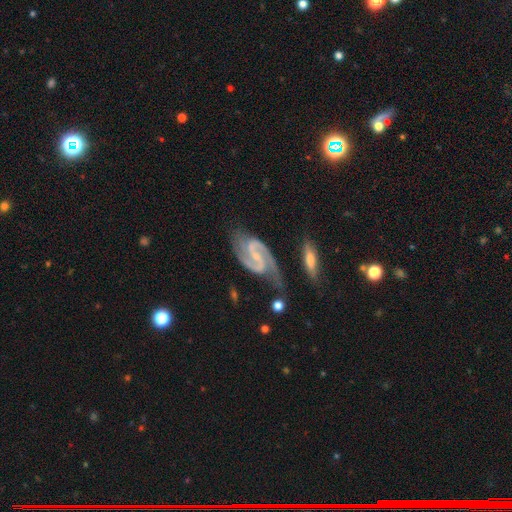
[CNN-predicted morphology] smooth_or_featured: featured or disk (p=0.93) [alt: star or artifact p=0.04]
disk_edge_on: no (p=0.98) [alt: yes p=0.02]
bar: weak (p=0.45) [alt: strong p=0.30]
has_spiral_arms: yes (p=0.98) [alt: no p=0.02]
spiral_winding: medium (p=0.62) [alt: tight p=0.21]
spiral_arm_count: 2 (p=0.94) [alt: can't tell p=0.02]
bulge_size: small (p=0.73) [alt: moderate p=0.15]
merging: none (p=0.66) [alt: minor disturbance p=0.20]